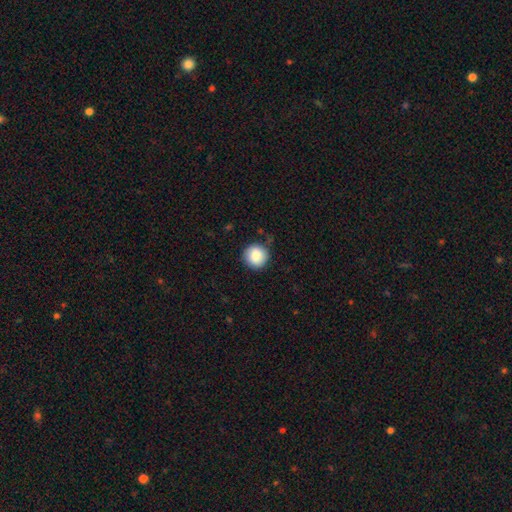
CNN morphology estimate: Smooth or featured: smooth — 86% (star or artifact — 8%)
How rounded: round — 94% (in between — 5%)
Merging: none — 82% (minor disturbance — 14%)